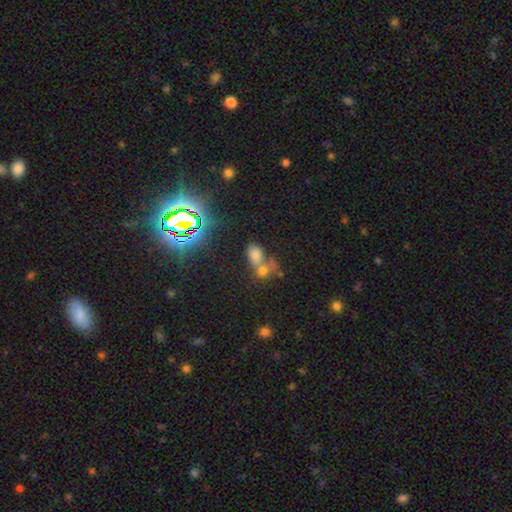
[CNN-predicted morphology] smooth_or_featured: smooth (p=0.53) [alt: star or artifact p=0.34]
how_rounded: in between (p=0.66) [alt: round p=0.31]
merging: merger (p=0.55) [alt: none p=0.32]